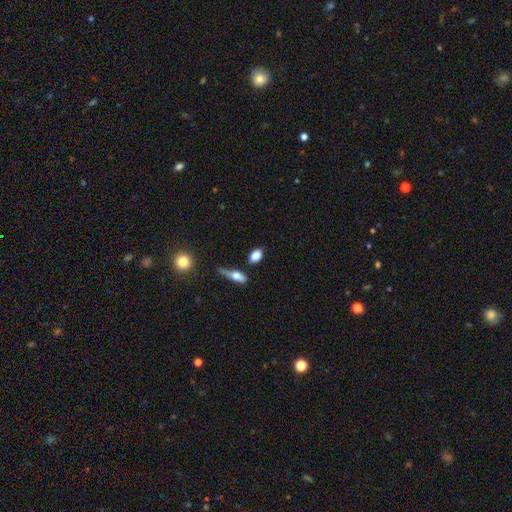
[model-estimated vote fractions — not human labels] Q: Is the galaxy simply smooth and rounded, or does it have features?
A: smooth — 83%.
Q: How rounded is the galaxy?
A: in between — 82%.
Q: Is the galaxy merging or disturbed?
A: none — 69%.